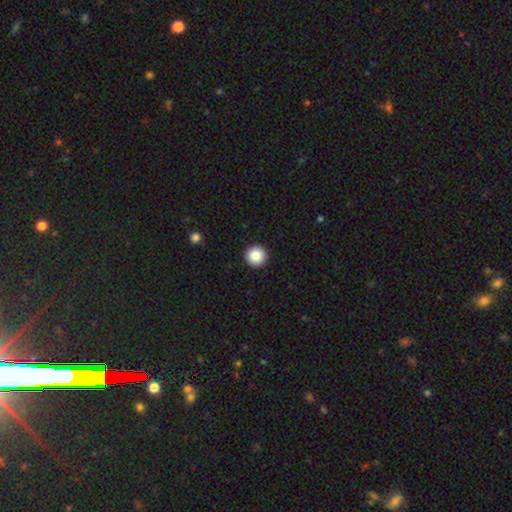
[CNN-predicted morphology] smooth_or_featured: smooth (p=0.87) [alt: star or artifact p=0.09]
how_rounded: round (p=0.97) [alt: in between p=0.02]
merging: none (p=0.93) [alt: minor disturbance p=0.04]